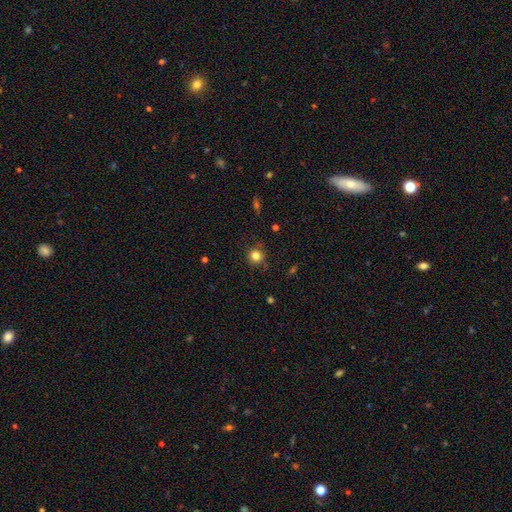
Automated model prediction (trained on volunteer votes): A smooth galaxy with no disk features (82%) that is round (91%).

Vote fractions:
- Smooth or featured? smooth: 82% / star or artifact: 12% / featured or disk: 5%
- How rounded? round: 91% / in between: 8% / cigar-shaped: 1%
- Merging? none: 82% / minor disturbance: 13% / major disturbance: 3% / merger: 2%